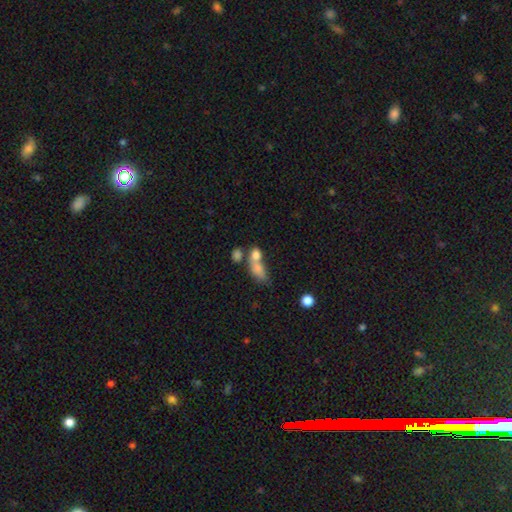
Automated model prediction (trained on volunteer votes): smooth 75%, featured or disk 14%, star or artifact 11%. Down the decision tree: how rounded — in between (69%); merging — merger (58%).